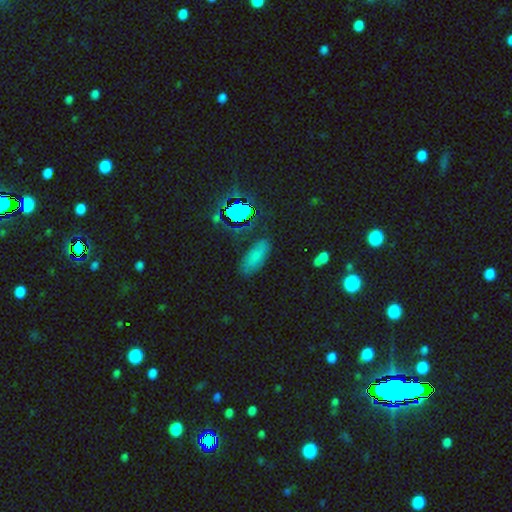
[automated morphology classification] smooth-or-featured: smooth: 67% | star or artifact: 19% | featured or disk: 14%
  how-rounded: in between: 80% | cigar-shaped: 16% | round: 4%
  merging: none: 77% | minor disturbance: 16% | major disturbance: 5% | merger: 3%